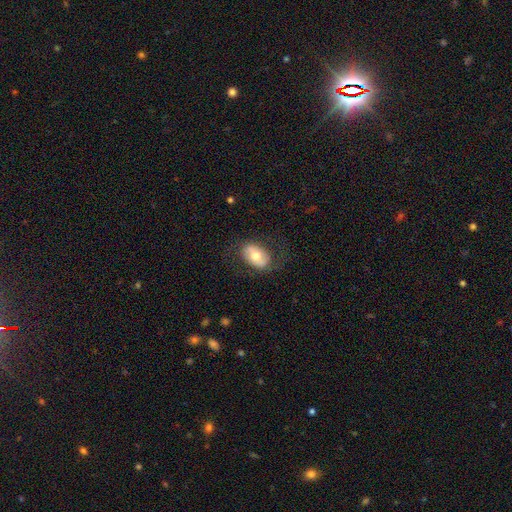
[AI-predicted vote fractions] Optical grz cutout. It shows a smooth galaxy with no disk features (56%) that is in between round and cigar-shaped (87%). Merging: none (74%).